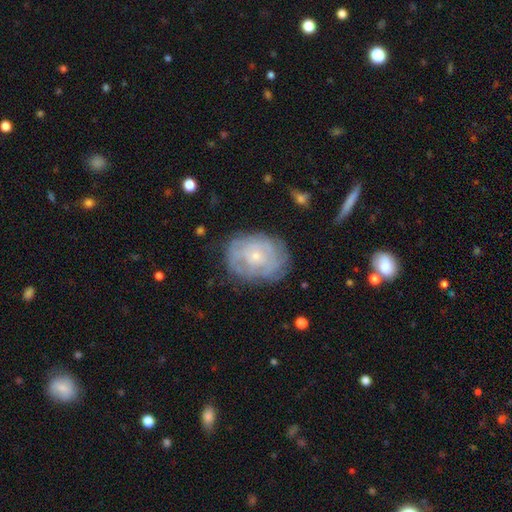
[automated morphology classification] Smooth or featured: featured or disk — 65% (smooth — 28%)
Edge-on disk: no — 96% (yes — 4%)
Bar: no — 84% (weak — 14%)
Spiral arms: yes — 74% (no — 26%)
Bulge size: small — 78% (moderate — 18%)
Merging: none — 72% (minor disturbance — 19%)